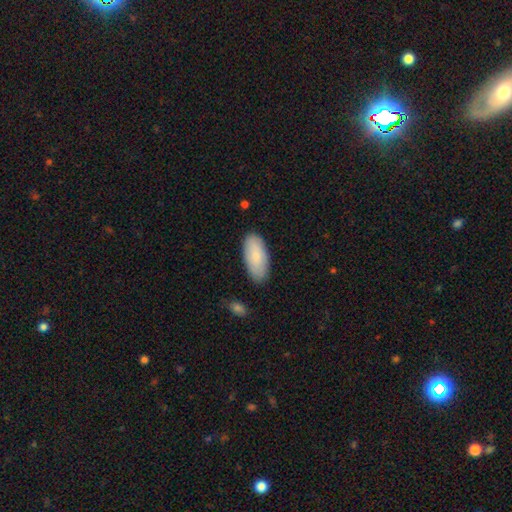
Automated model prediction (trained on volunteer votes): This is clearly a smooth galaxy (81%). How rounded: clearly in between (91%). Merging: clearly none (84%).